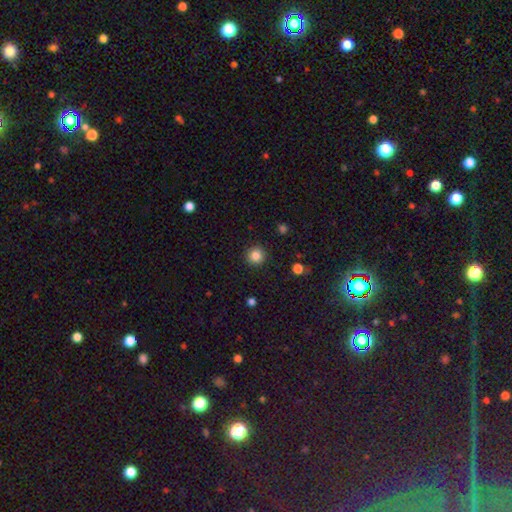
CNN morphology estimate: smooth 85%, star or artifact 11%, featured or disk 4%. Down the decision tree: how rounded — round (95%); merging — none (92%).